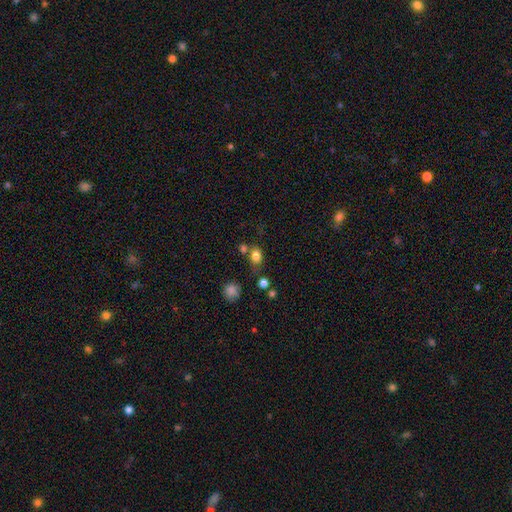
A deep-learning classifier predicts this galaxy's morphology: Smooth or featured? smooth (80%)
How rounded? in between (51%)
Merging? none (58%)